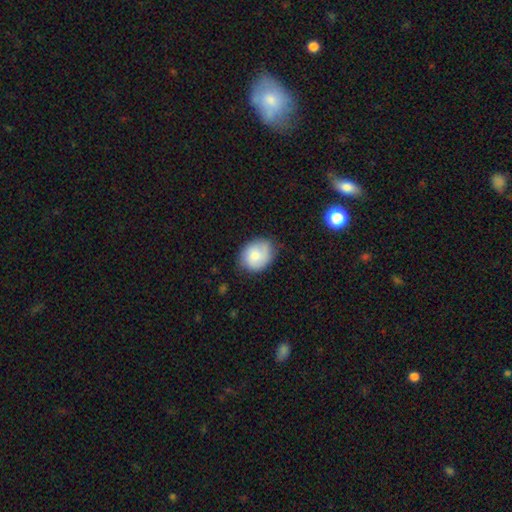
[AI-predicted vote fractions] Overall: smooth (72%). How rounded: in between (50%; round 49%). Merging: none (73%).